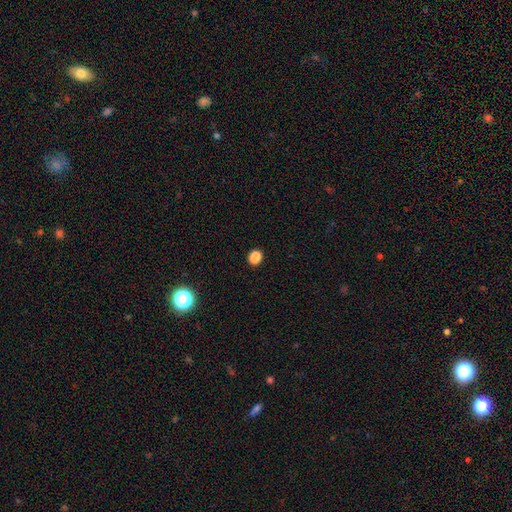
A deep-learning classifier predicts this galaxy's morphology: Q: Smooth or featured?
A: smooth (79%); runner-up: star or artifact (17%)
Q: How rounded?
A: round (51%); runner-up: in between (47%)
Q: Merging?
A: none (82%); runner-up: minor disturbance (9%)